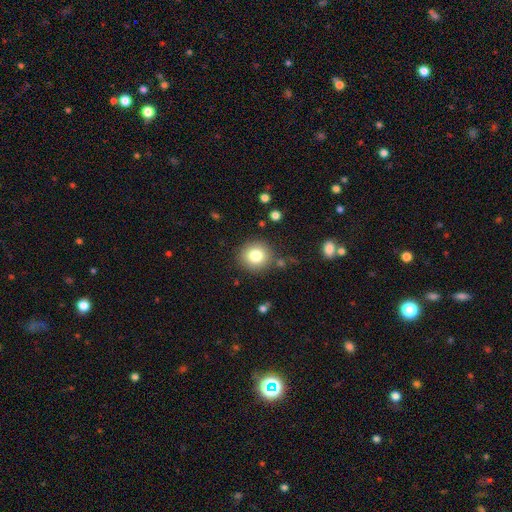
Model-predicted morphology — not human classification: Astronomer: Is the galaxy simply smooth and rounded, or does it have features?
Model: smooth — 80%.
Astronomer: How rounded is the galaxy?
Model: round — 91%.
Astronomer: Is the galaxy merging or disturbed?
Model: none — 86%.